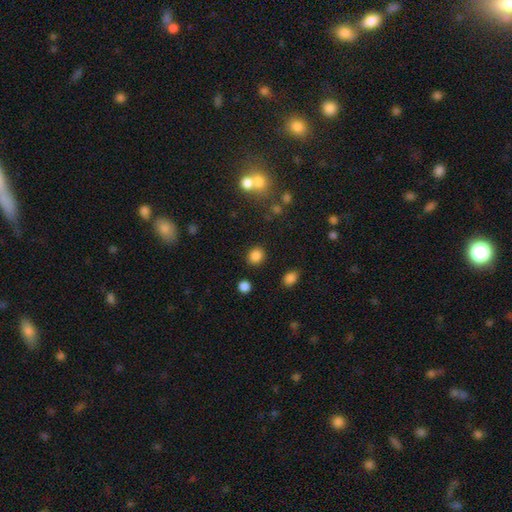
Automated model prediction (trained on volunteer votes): Q: Smooth or featured?
A: smooth (85%); runner-up: star or artifact (11%)
Q: How rounded?
A: round (72%); runner-up: in between (27%)
Q: Merging?
A: none (87%); runner-up: minor disturbance (7%)